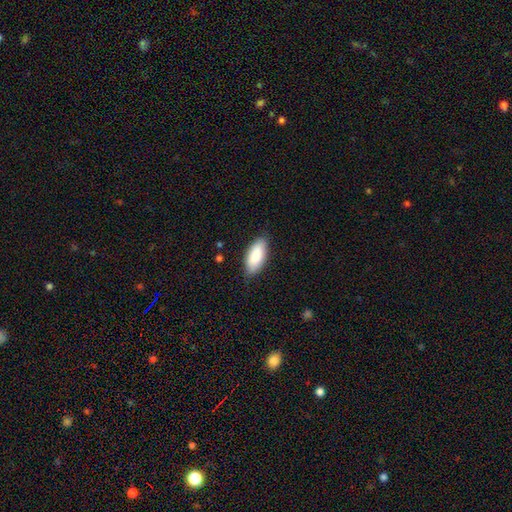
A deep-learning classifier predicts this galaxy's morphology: Smooth or featured: smooth — 89% (featured or disk — 6%)
How rounded: in between — 88% (cigar-shaped — 11%)
Merging: none — 82% (minor disturbance — 14%)